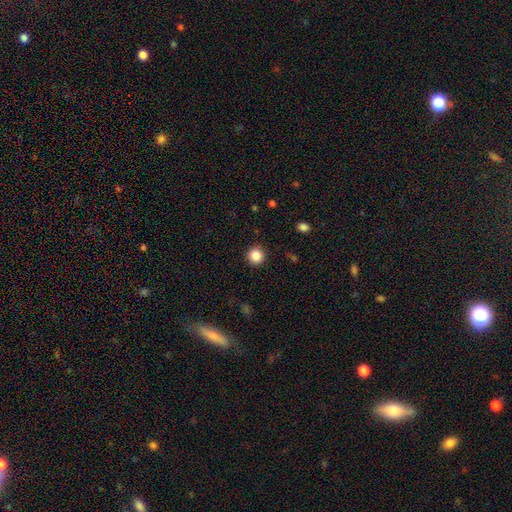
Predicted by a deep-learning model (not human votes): The model was most divided on "smooth or featured": smooth: 86%, star or artifact: 10%, featured or disk: 4%. More confident: how rounded — round (94%); merging — none (91%).